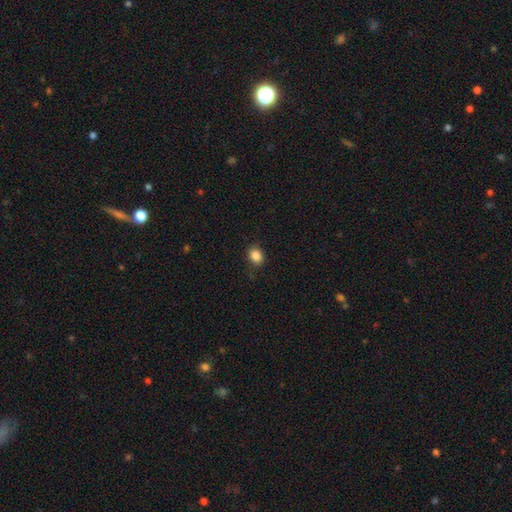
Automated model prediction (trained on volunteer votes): This is clearly a smooth galaxy (85%). How rounded: possibly round (58%). Merging: clearly none (83%).